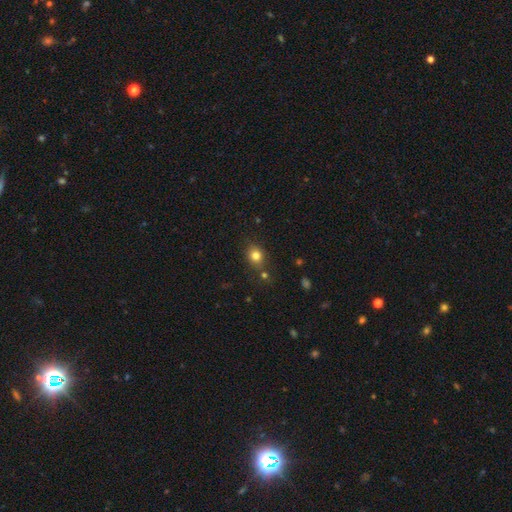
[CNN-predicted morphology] A smooth galaxy with no disk features (79%) that is round (67%). Merging: none (74%).